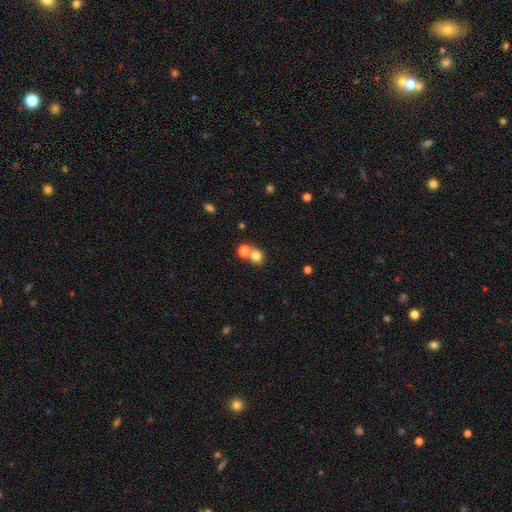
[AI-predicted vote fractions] Smooth or featured? Predicted: smooth (p=0.78). How rounded? Predicted: round (p=0.82). Merging? Predicted: none (p=0.52).